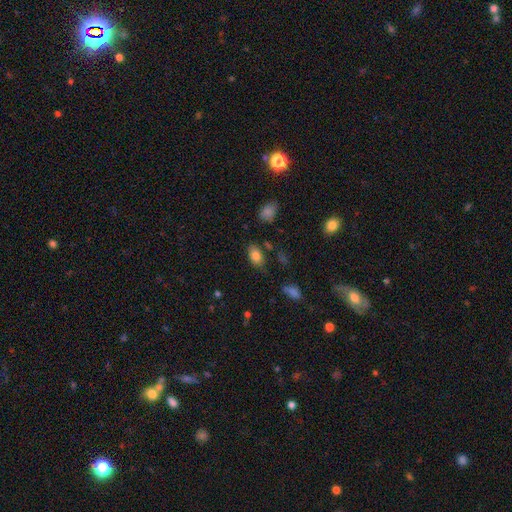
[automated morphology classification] type=smooth (82%); roundness=in between (91%); merging=none (77%).